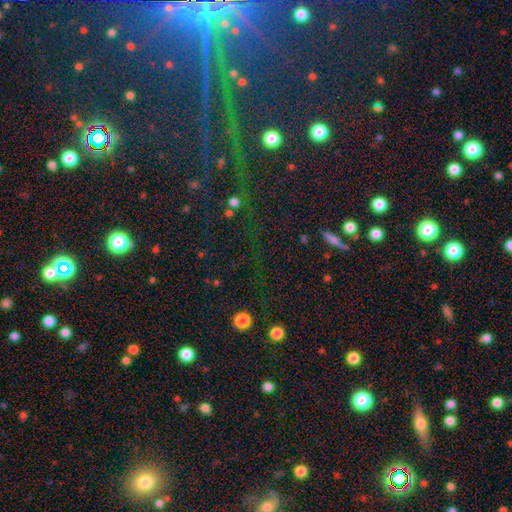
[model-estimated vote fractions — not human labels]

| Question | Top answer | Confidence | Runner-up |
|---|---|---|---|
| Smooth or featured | star or artifact | 76% | smooth (15%) |